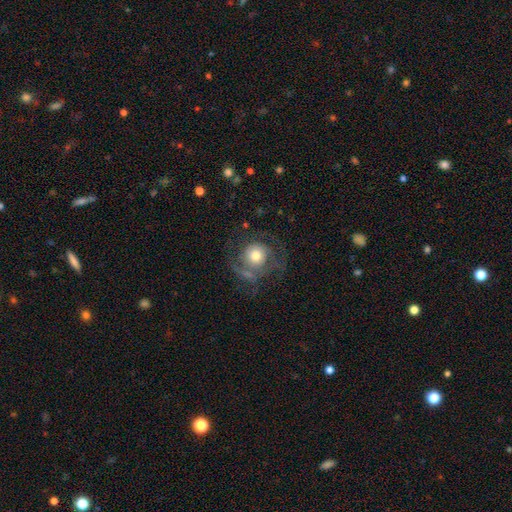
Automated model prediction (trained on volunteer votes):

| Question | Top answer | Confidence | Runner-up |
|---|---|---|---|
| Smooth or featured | featured or disk | 52% | smooth (40%) |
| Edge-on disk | no | 97% | yes (3%) |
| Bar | no | 82% | weak (15%) |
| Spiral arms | yes | 75% | no (25%) |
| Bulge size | moderate | 61% | large (22%) |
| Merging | none | 51% | major disturbance (26%) |